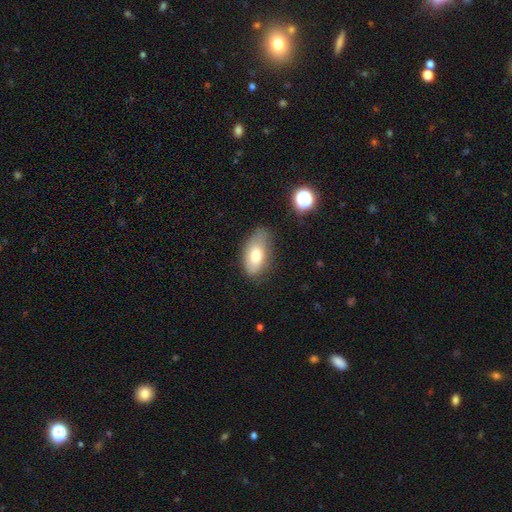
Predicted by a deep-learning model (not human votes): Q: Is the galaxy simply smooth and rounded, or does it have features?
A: smooth — 73%.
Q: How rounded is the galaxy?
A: in between — 91%.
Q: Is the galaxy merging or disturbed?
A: none — 54%.